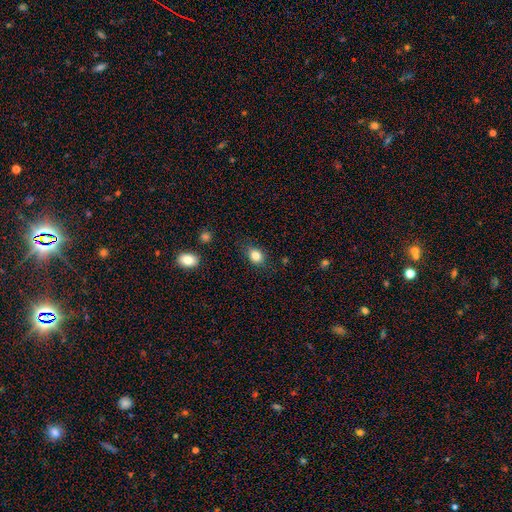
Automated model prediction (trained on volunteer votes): Overall: smooth (84%). How rounded: in between (61%; round 38%). Merging: none (79%).